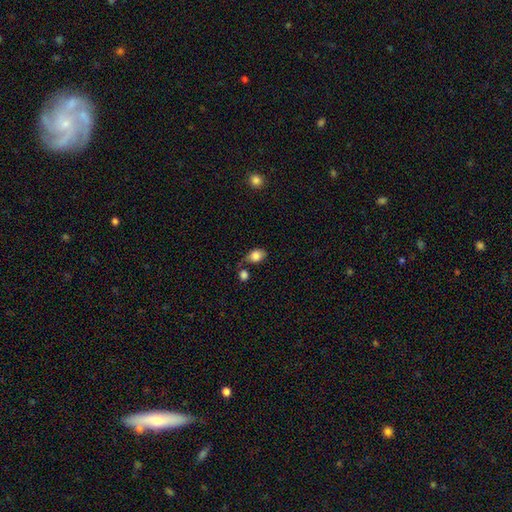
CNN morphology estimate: Overall: smooth (83%). How rounded: in between (78%). Merging: none (49%; minor disturbance 25%).